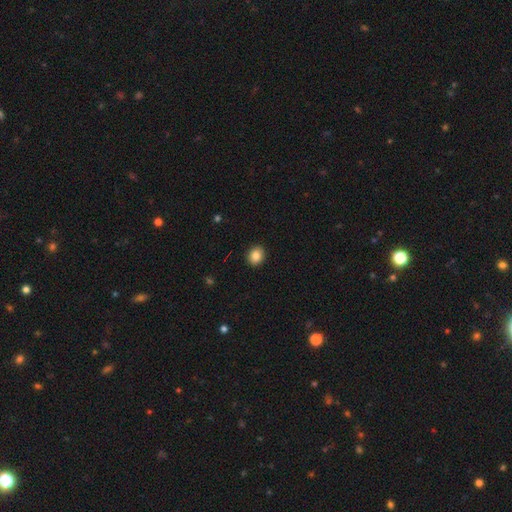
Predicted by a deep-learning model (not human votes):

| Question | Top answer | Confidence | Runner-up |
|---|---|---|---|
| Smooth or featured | smooth | 86% | star or artifact (9%) |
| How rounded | round | 67% | in between (32%) |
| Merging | none | 91% | minor disturbance (6%) |